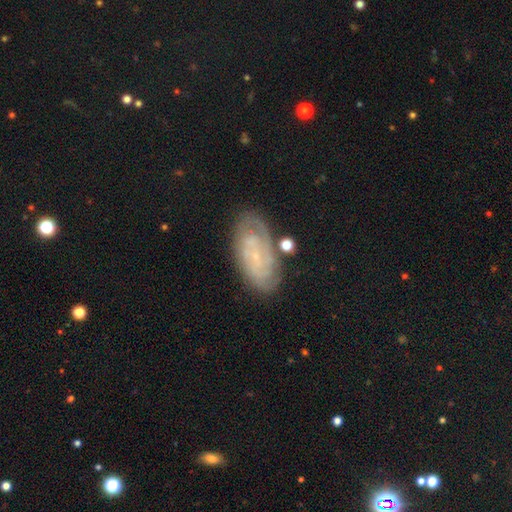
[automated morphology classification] This appears to be a featured or disk galaxy (73%) with no bar (59%), tight (67%) spiral arms (91%) and a small central bulge (78%). Merging: none (74%).